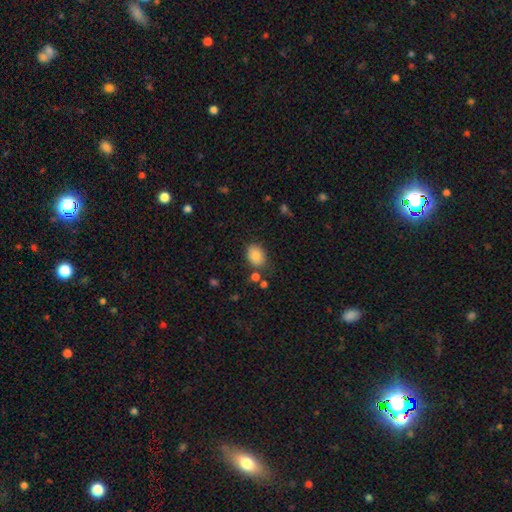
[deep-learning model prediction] Q: Smooth or featured?
A: smooth (86%); runner-up: star or artifact (9%)
Q: How rounded?
A: in between (71%); runner-up: round (28%)
Q: Merging?
A: none (75%); runner-up: minor disturbance (15%)